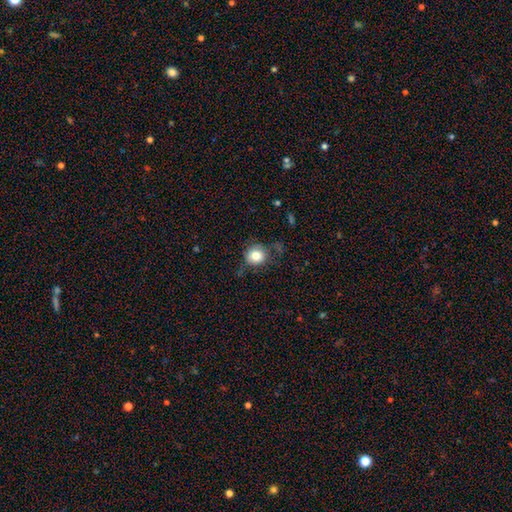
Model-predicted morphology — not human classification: type=smooth (79%); roundness=round (87%); merging=none (69%).